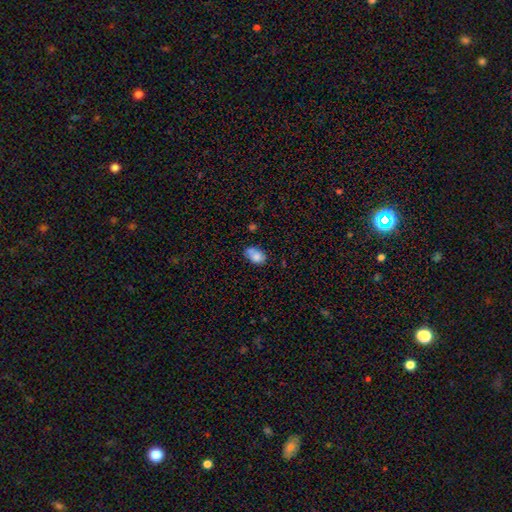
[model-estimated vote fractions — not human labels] smooth_or_featured: smooth (p=0.75) [alt: featured or disk p=0.15]
how_rounded: in between (p=0.81) [alt: round p=0.17]
merging: none (p=0.46) [alt: minor disturbance p=0.27]